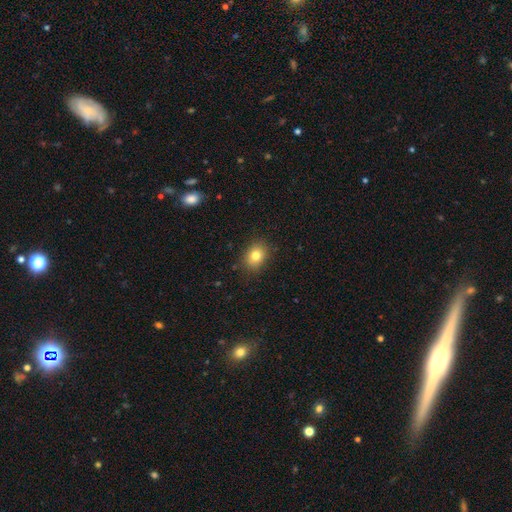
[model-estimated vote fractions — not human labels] Smooth or featured? smooth (79%)
How rounded? round (50%)
Merging? none (86%)